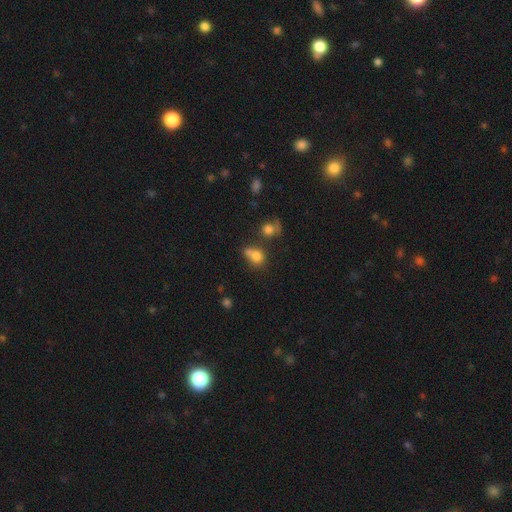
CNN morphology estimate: Overall: smooth (76%). How rounded: round (59%; in between 40%). Merging: merger (45%; none 36%).